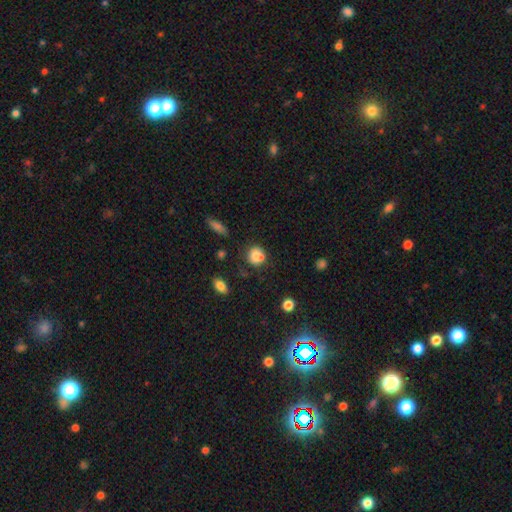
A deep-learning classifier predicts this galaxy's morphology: Smooth or featured: smooth — 78% (featured or disk — 11%)
How rounded: round — 80% (in between — 19%)
Merging: none — 53% (merger — 26%)